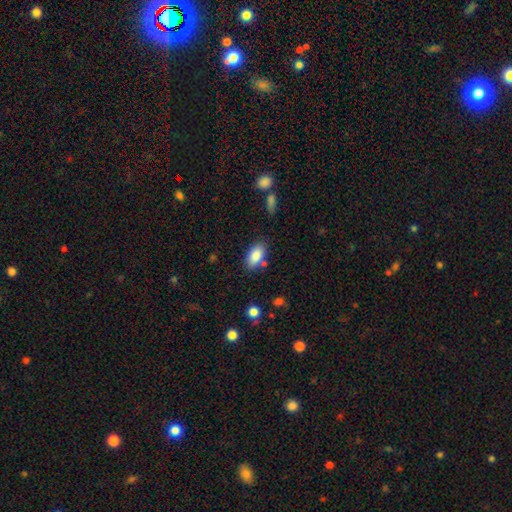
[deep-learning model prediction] Smooth or featured? Predicted: smooth (p=0.87). How rounded? Predicted: in between (p=0.92). Merging? Predicted: none (p=0.77).